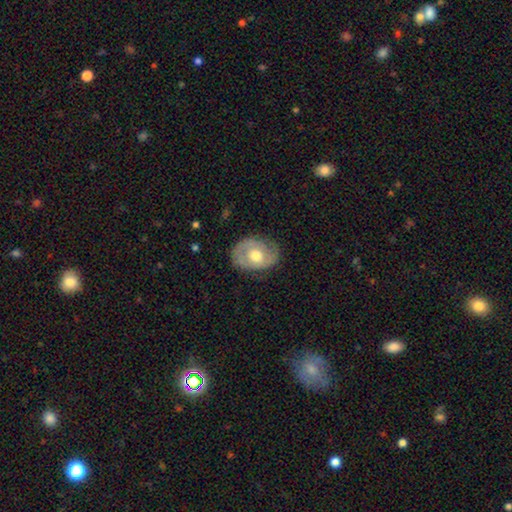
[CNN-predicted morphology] A featured or disk galaxy (58%) with no bar (78%), spiral arms (58%) and a moderate central bulge (75%).

Vote fractions:
- Smooth or featured? featured or disk: 58% / smooth: 37% / star or artifact: 6%
- Edge-on disk? no: 95% / yes: 5%
- Bar? no: 78% / weak: 18% / strong: 4%
- Spiral arms? yes: 58% / no: 42%
- Bulge size? moderate: 75% / large: 15% / small: 8% / dominant: 1% / none: 1%
- Merging? none: 75% / minor disturbance: 18% / major disturbance: 6% / merger: 1%